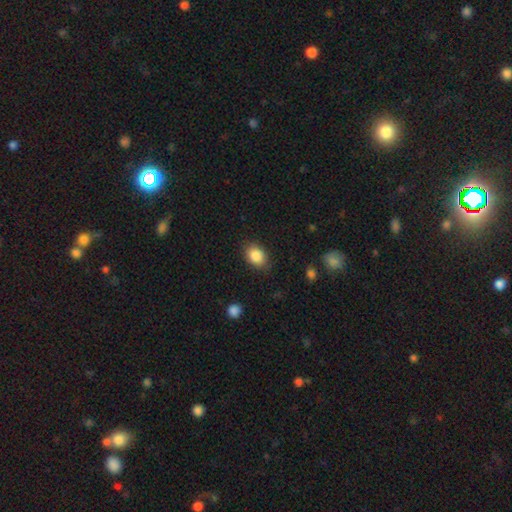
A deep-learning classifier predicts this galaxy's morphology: Smooth or featured: smooth — 87% (star or artifact — 8%)
How rounded: in between — 68% (round — 31%)
Merging: none — 82% (minor disturbance — 13%)